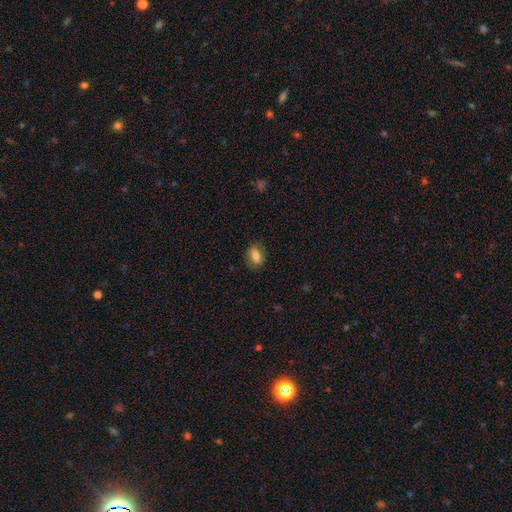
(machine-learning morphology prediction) A smooth galaxy with no disk features (70%) that is in between round and cigar-shaped (73%).

Vote fractions:
- Smooth or featured? smooth: 70% / featured or disk: 22% / star or artifact: 9%
- How rounded? in between: 73% / round: 23% / cigar-shaped: 4%
- Merging? none: 82% / minor disturbance: 13% / major disturbance: 4% / merger: 1%